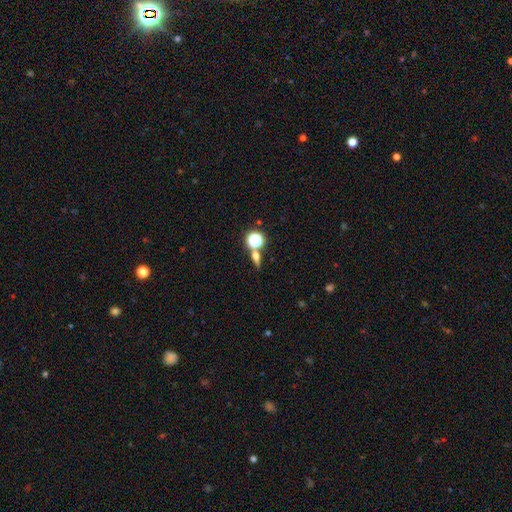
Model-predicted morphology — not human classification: smooth_or_featured: smooth (p=0.52) [alt: star or artifact p=0.26]
how_rounded: in between (p=0.38) [tied with: round p=0.38]
merging: none (p=0.67) [alt: merger p=0.19]